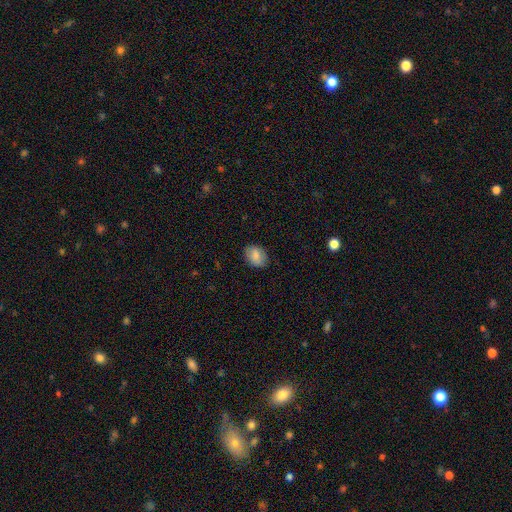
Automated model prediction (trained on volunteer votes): Smooth or featured? smooth (81%)
How rounded? in between (65%)
Merging? none (82%)